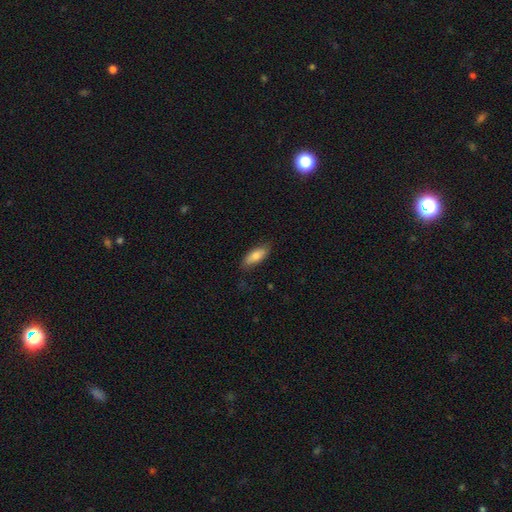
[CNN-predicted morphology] smooth_or_featured: smooth (p=0.78) [alt: featured or disk p=0.16]
how_rounded: in between (p=0.73) [alt: cigar-shaped p=0.25]
merging: none (p=0.77) [alt: minor disturbance p=0.18]